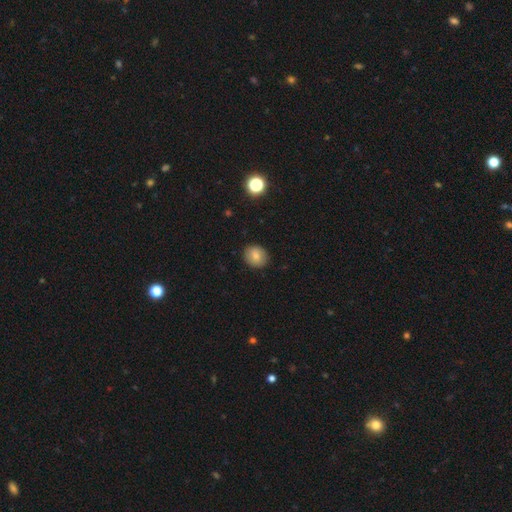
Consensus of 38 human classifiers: This is likely a smooth galaxy (79%). How rounded: likely round (73%). Merging: clearly none (89%).